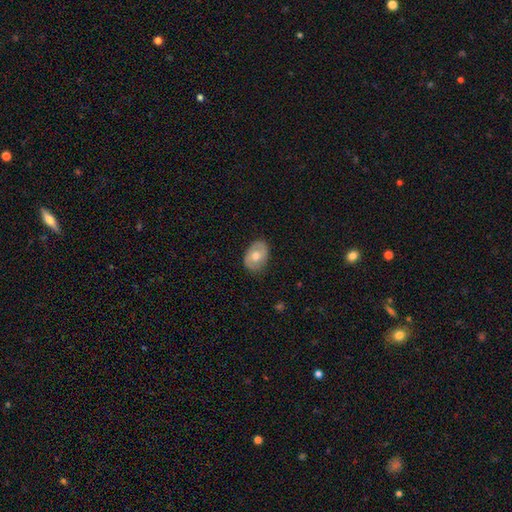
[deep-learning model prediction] Overall: smooth (52%; featured or disk 42%). How rounded: in between (75%). Merging: none (84%).